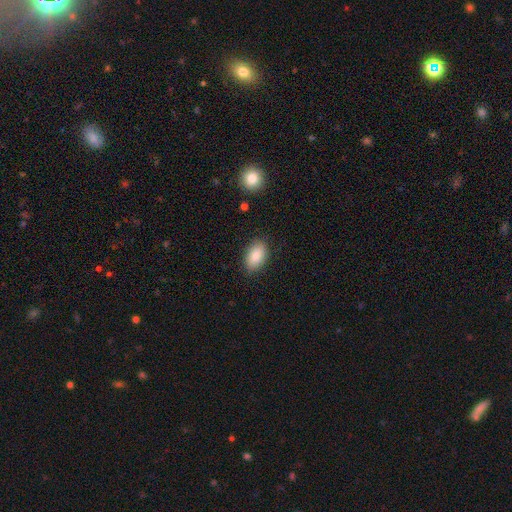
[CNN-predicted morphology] This is clearly a smooth galaxy (87%). How rounded: clearly in between (93%). Merging: clearly none (86%).